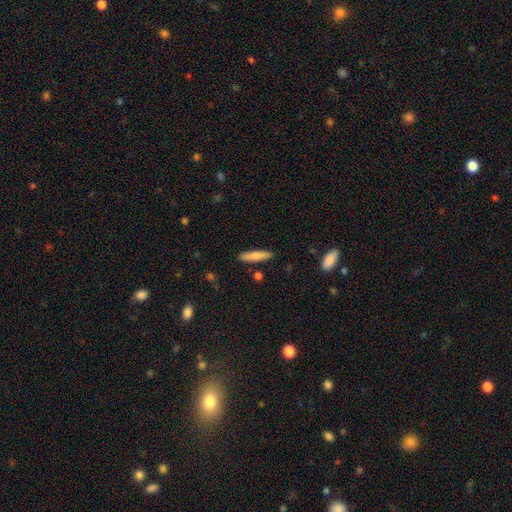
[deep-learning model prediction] This is likely a smooth galaxy (73%). How rounded: clearly cigar-shaped (83%). Merging: clearly none (88%).